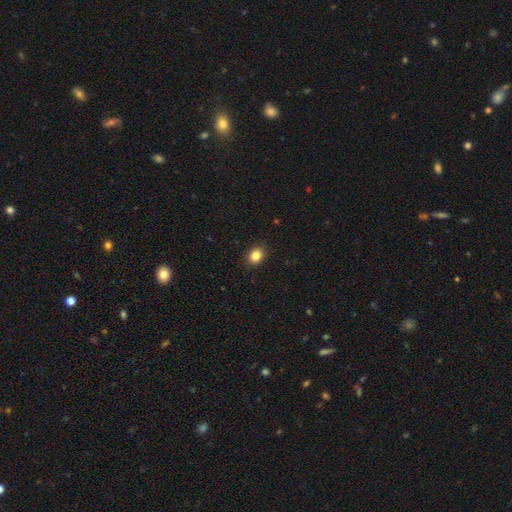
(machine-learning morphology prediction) smooth-or-featured: smooth: 84% | star or artifact: 10% | featured or disk: 5%
  how-rounded: round: 52% | in between: 47% | cigar-shaped: 1%
  merging: none: 90% | minor disturbance: 7% | major disturbance: 2% | merger: 1%